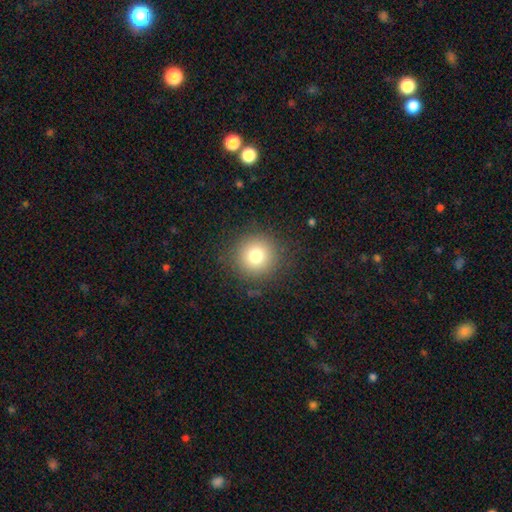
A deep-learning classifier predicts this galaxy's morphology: Smooth or featured?
  - smooth: 77% *
  - star or artifact: 13%
  - featured or disk: 10%
How rounded?
  - round: 94% *
  - in between: 5%
  - cigar-shaped: 1%
Merging?
  - none: 88% *
  - minor disturbance: 7%
  - major disturbance: 3%
  - merger: 1%